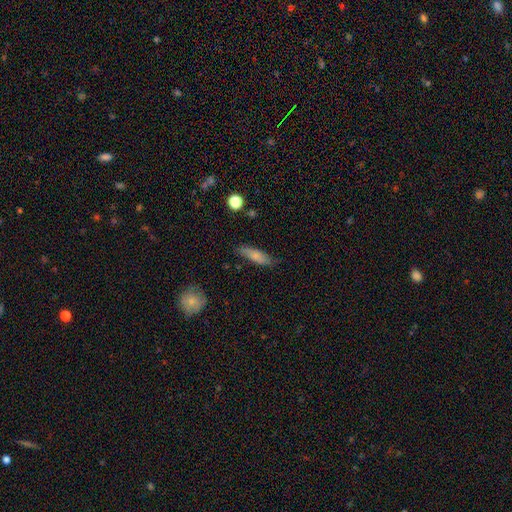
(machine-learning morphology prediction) smooth_or_featured: smooth (p=0.75) [alt: featured or disk p=0.18]
how_rounded: cigar-shaped (p=0.58) [alt: in between p=0.39]
merging: none (p=0.75) [alt: minor disturbance p=0.19]